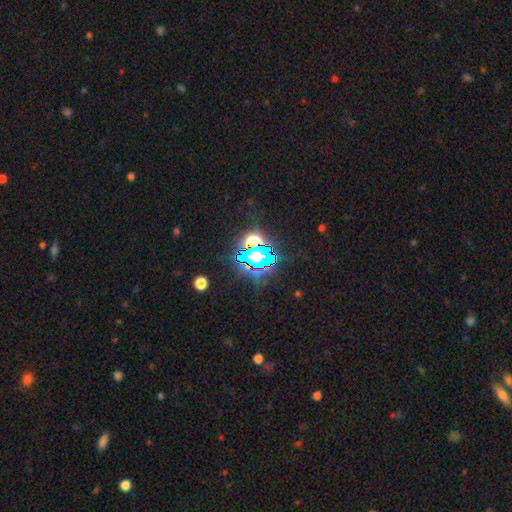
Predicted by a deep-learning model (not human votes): Q: Smooth or featured?
A: star or artifact (69%); runner-up: smooth (18%)